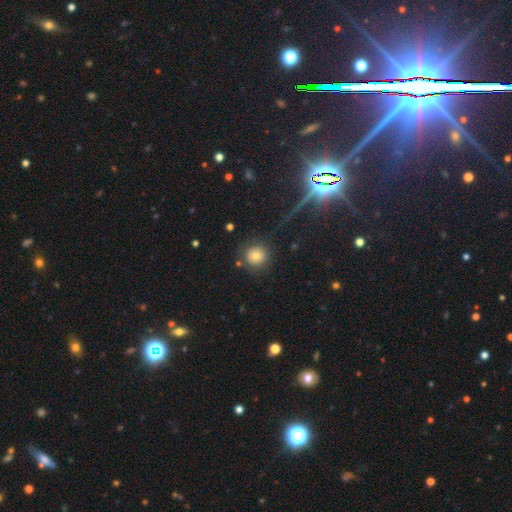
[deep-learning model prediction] Morphology: type=smooth (73%); roundness=round (91%); merging=none (82%).